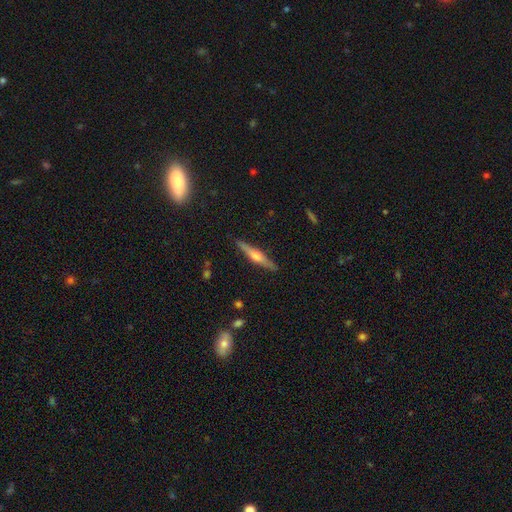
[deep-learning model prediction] featured or disk 75%, smooth 19%, star or artifact 6%. Down the decision tree: edge-on disk — yes (98%); edge-on bulge — rounded (86%); merging — none (90%).